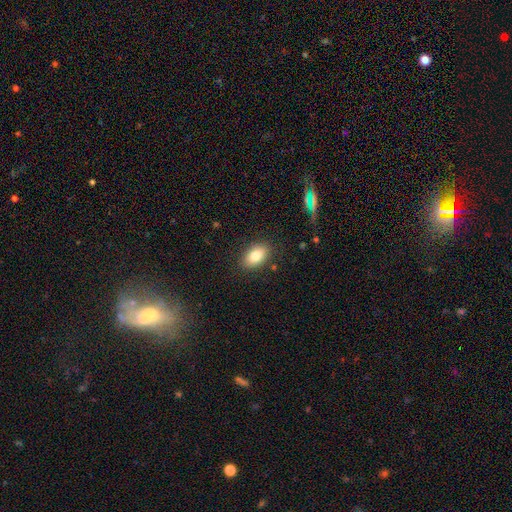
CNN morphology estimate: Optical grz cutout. It shows a smooth galaxy with no disk features (81%) that is in between round and cigar-shaped (89%). Merging: none (86%).